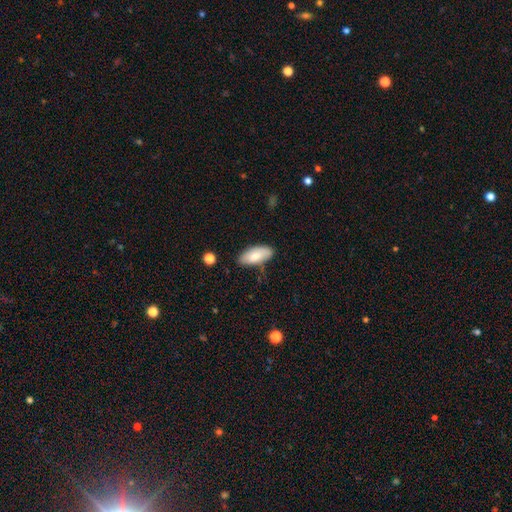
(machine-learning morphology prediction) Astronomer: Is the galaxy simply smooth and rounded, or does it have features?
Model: smooth — 78%.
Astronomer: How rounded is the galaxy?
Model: in between — 88%.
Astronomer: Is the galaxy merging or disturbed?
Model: none — 75%.